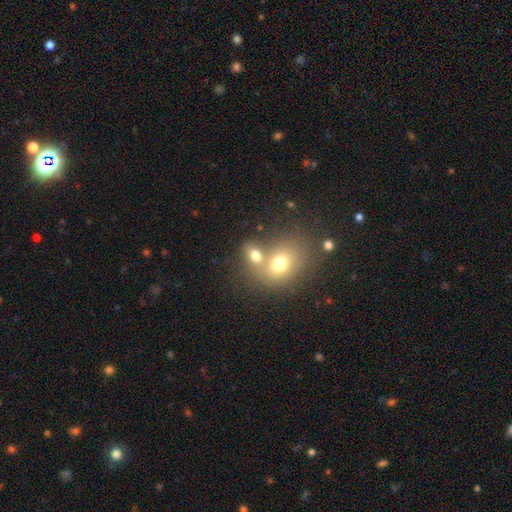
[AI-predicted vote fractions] Smooth or featured? Predicted: smooth (p=0.71). How rounded? Predicted: in between (p=0.57). Merging? Predicted: merger (p=0.53).